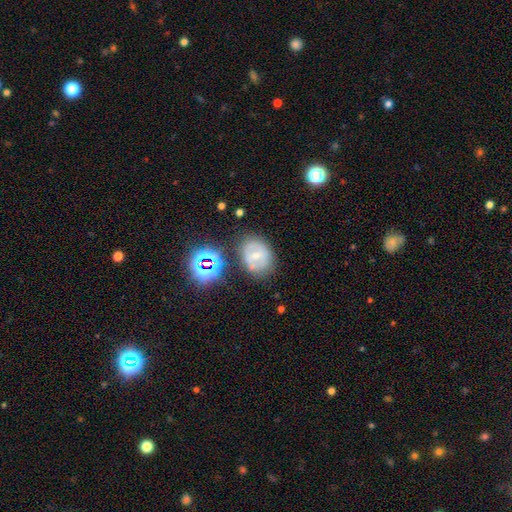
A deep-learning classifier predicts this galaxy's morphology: Smooth or featured: featured or disk — 47% (smooth — 38%)
Merging: none — 67% (minor disturbance — 19%)